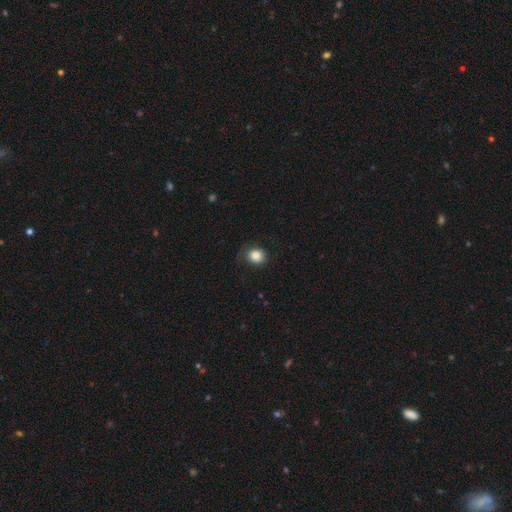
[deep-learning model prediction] Smooth or featured? smooth (85%)
How rounded? round (64%)
Merging? none (74%)